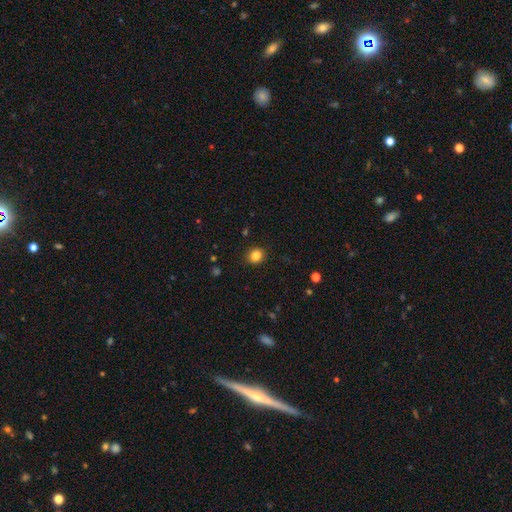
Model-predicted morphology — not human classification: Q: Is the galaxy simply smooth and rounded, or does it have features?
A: smooth — 84%.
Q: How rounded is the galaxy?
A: round — 78%.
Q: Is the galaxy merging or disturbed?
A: none — 90%.